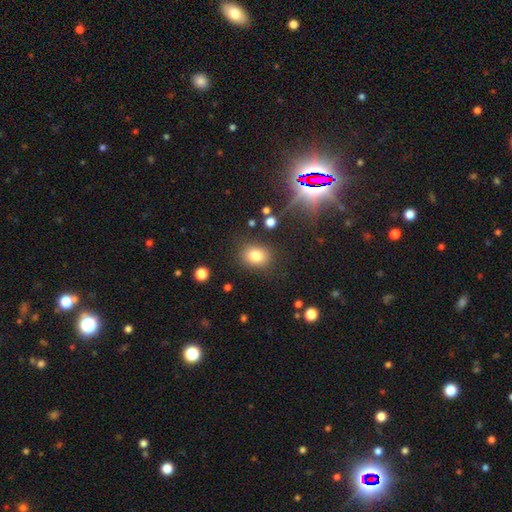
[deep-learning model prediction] Q: Smooth or featured?
A: smooth (79%); runner-up: star or artifact (13%)
Q: How rounded?
A: round (51%); runner-up: in between (48%)
Q: Merging?
A: none (82%); runner-up: minor disturbance (11%)